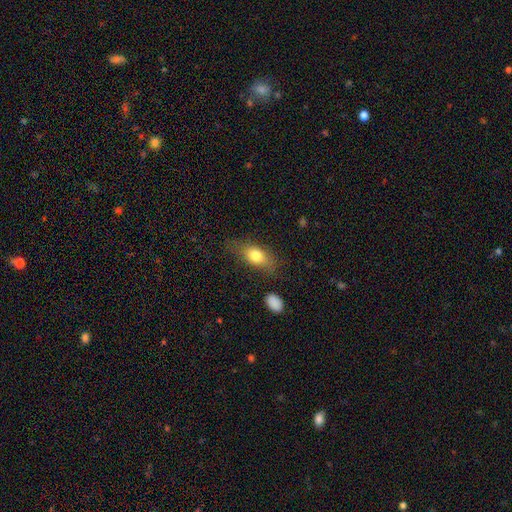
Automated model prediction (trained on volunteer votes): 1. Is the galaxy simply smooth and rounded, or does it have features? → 75% smooth, 17% featured or disk, 8% star or artifact.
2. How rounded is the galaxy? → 77% in between, 12% round, 12% cigar-shaped.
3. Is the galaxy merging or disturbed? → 65% none, 22% minor disturbance, 10% major disturbance, 3% merger.